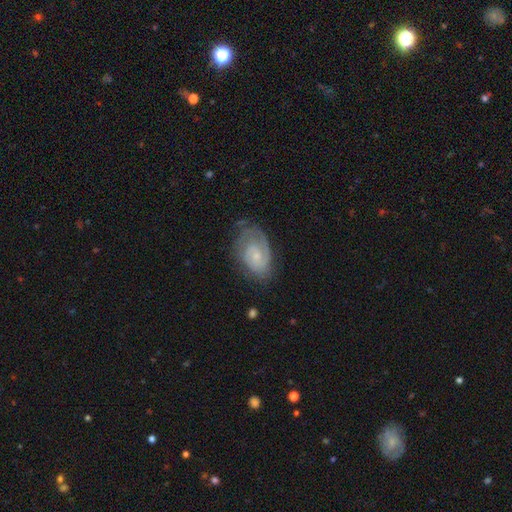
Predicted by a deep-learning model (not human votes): Q: Smooth or featured?
A: featured or disk (74%); runner-up: smooth (18%)
Q: Edge-on disk?
A: no (97%); runner-up: yes (3%)
Q: Bar?
A: no (61%); runner-up: weak (34%)
Q: Spiral arms?
A: yes (92%); runner-up: no (8%)
Q: Spiral winding?
A: tight (60%); runner-up: medium (31%)
Q: Spiral arm count?
A: 2 (50%); runner-up: can't tell (26%)
Q: Bulge size?
A: small (66%); runner-up: moderate (25%)
Q: Merging?
A: none (67%); runner-up: minor disturbance (22%)